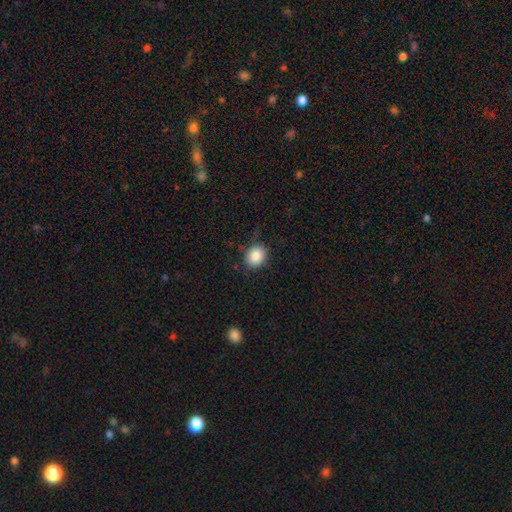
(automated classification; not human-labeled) Smooth or featured? Predicted: smooth (p=0.87). How rounded? Predicted: round (p=0.60). Merging? Predicted: none (p=0.82).